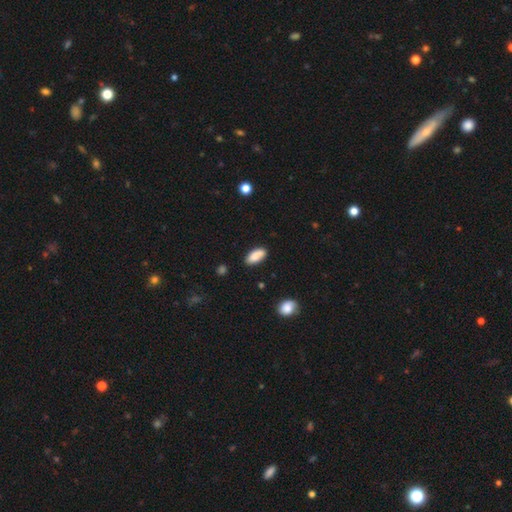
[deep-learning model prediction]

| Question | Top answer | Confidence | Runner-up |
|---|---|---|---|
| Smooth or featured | smooth | 87% | star or artifact (7%) |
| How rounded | in between | 87% | cigar-shaped (10%) |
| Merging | none | 80% | minor disturbance (15%) |